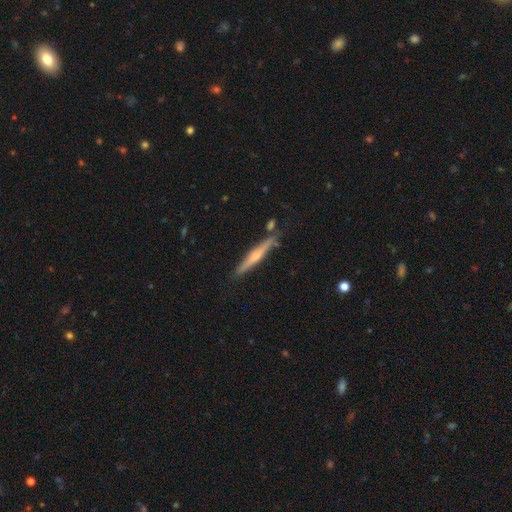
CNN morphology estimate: Smooth or featured? featured or disk (65%)
Edge-on disk? yes (97%)
Edge-on bulge? rounded (80%)
Merging? none (83%)